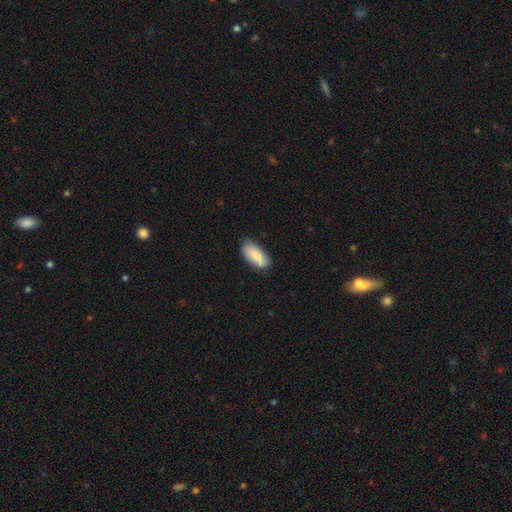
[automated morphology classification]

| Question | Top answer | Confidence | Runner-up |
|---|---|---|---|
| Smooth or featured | smooth | 84% | featured or disk (10%) |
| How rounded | in between | 90% | cigar-shaped (7%) |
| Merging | none | 79% | minor disturbance (17%) |